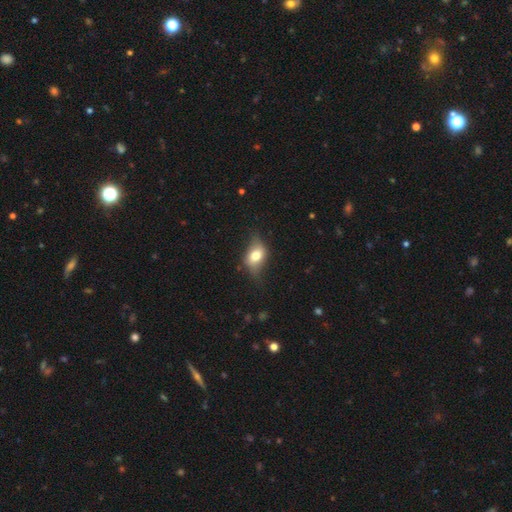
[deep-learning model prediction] Overall: smooth (62%; featured or disk 30%). How rounded: in between (79%). Merging: none (57%; minor disturbance 30%).